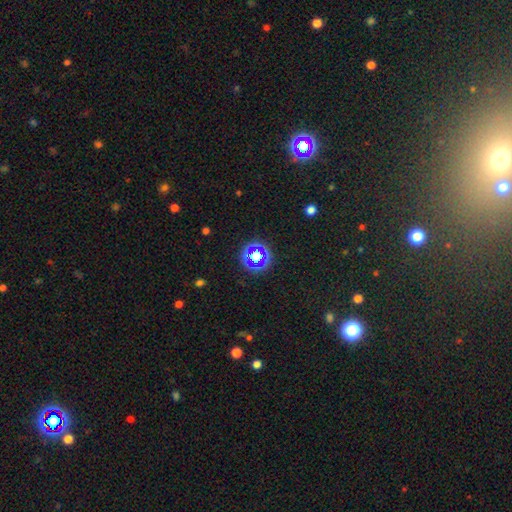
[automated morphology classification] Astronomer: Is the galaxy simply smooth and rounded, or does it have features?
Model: star or artifact — 60%.